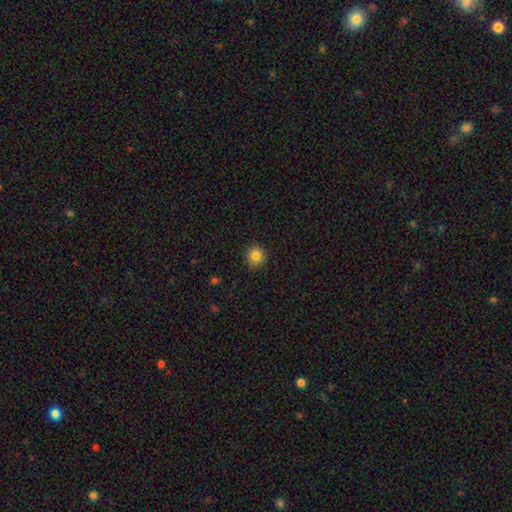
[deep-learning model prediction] Smooth or featured? Predicted: smooth (p=0.84). How rounded? Predicted: round (p=0.91). Merging? Predicted: none (p=0.91).